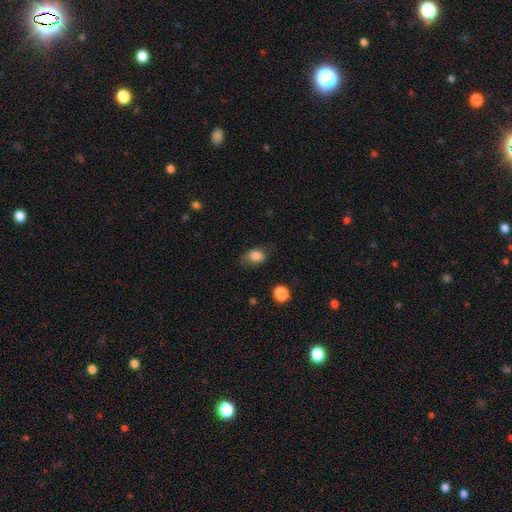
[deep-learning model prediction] A smooth galaxy with no disk features (83%) that is in between round and cigar-shaped (75%). Merging: none (63%).